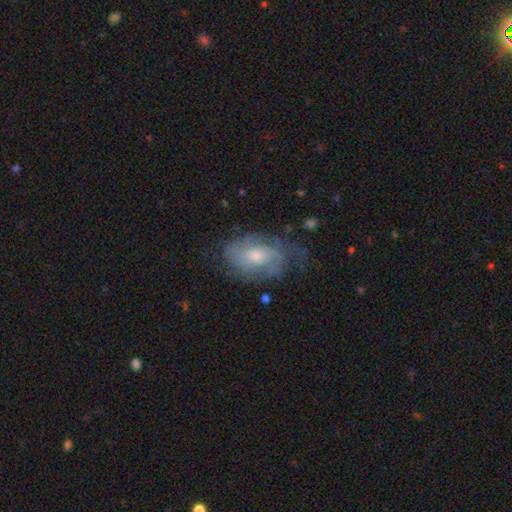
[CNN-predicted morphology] This appears to be a featured or disk galaxy (66%) with no bar (64%), tight (41%) spiral arms (83%) and a moderate central bulge (56%). Merging: none (59%).